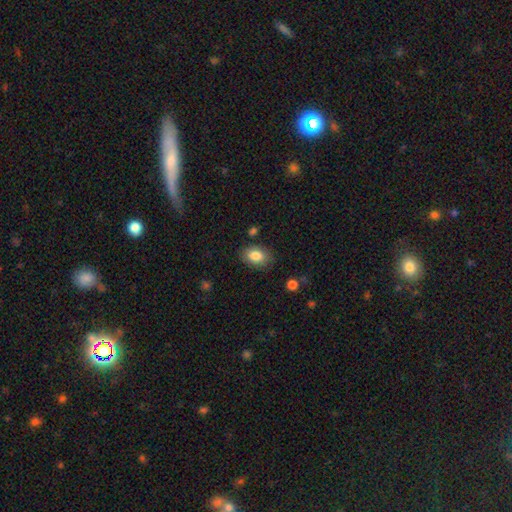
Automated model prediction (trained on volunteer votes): This is clearly a smooth galaxy (85%). How rounded: clearly in between (85%). Merging: clearly none (83%).